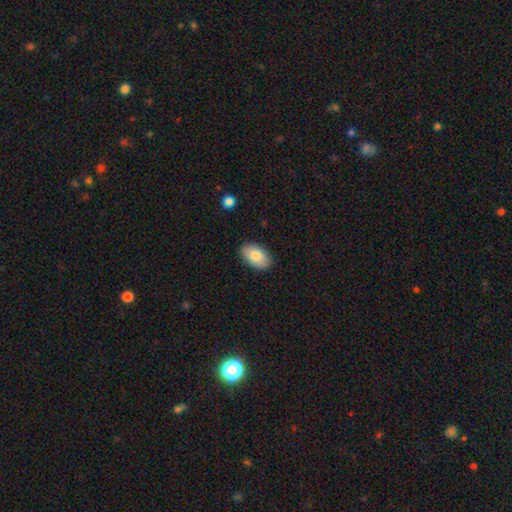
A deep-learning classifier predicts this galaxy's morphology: A smooth galaxy with no disk features (83%) that is in between round and cigar-shaped (94%).

Vote fractions:
- Smooth or featured? smooth: 83% / featured or disk: 11% / star or artifact: 6%
- How rounded? in between: 94% / round: 5% / cigar-shaped: 1%
- Merging? none: 87% / minor disturbance: 10% / major disturbance: 2% / merger: 1%